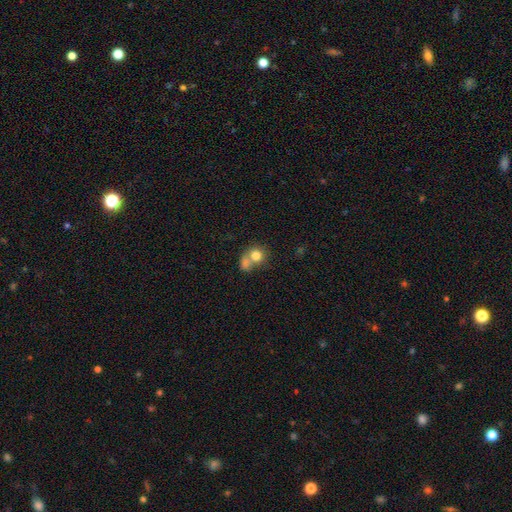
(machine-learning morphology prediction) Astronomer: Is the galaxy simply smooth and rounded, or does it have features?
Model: smooth — 77%.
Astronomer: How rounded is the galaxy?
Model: round — 77%.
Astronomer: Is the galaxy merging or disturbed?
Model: merger — 56% (runner-up: none, 32%).